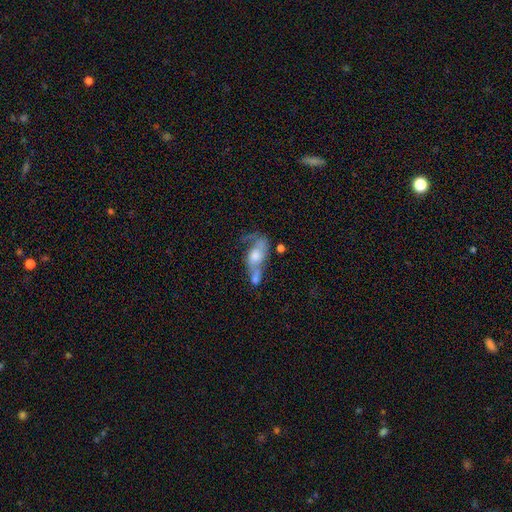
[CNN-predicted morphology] Smooth or featured?
  - featured or disk: 56% *
  - smooth: 35%
  - star or artifact: 9%
Edge-on disk?
  - no: 87% *
  - yes: 13%
Merging?
  - merger: 45% *
  - major disturbance: 22%
  - none: 20%
  - minor disturbance: 13%